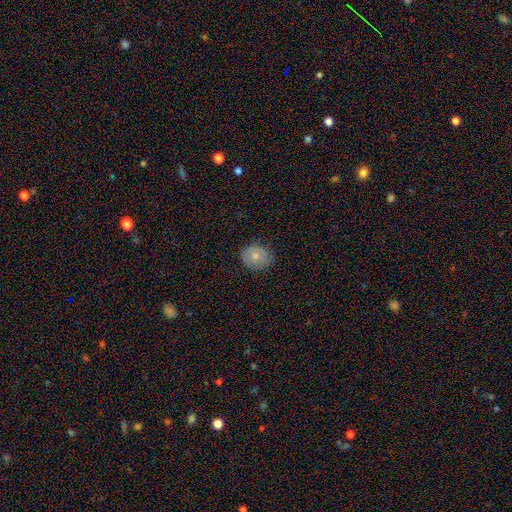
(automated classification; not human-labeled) This appears to be a smooth galaxy with no disk features (71%) that is round (63%). Merging: none (82%).